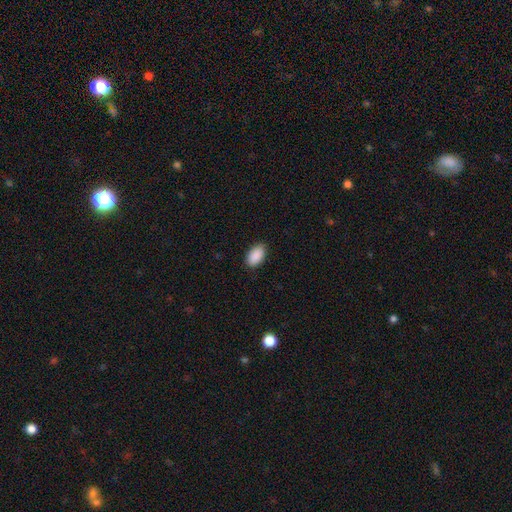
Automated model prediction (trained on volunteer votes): A smooth galaxy with no disk features (91%) that is in between round and cigar-shaped (94%). Merging: none (88%).